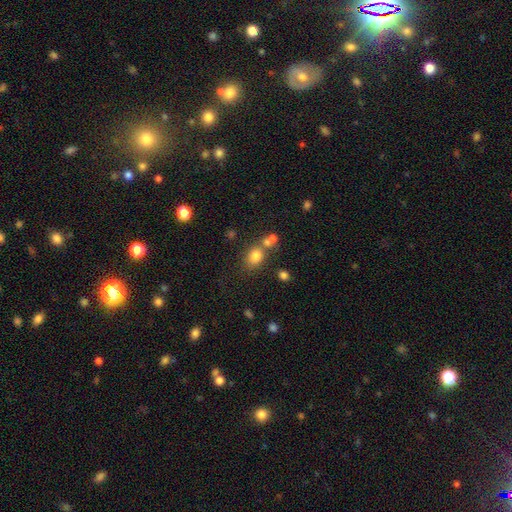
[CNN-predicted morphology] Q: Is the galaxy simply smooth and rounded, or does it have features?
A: smooth — 77%.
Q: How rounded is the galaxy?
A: in between — 57%.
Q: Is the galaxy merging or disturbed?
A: none — 54%.